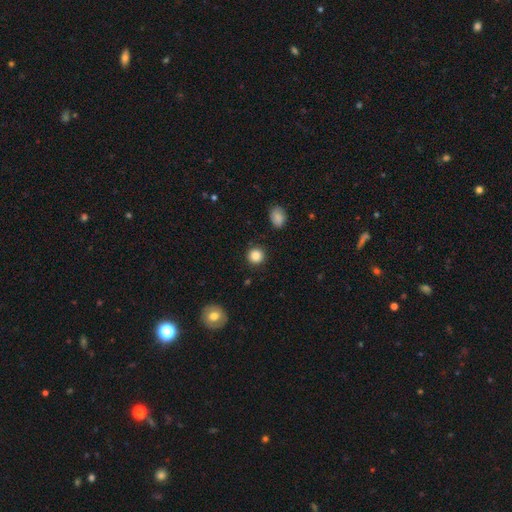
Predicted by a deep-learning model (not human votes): Smooth or featured: smooth — 86% (star or artifact — 10%)
How rounded: round — 93% (in between — 6%)
Merging: none — 90% (minor disturbance — 6%)